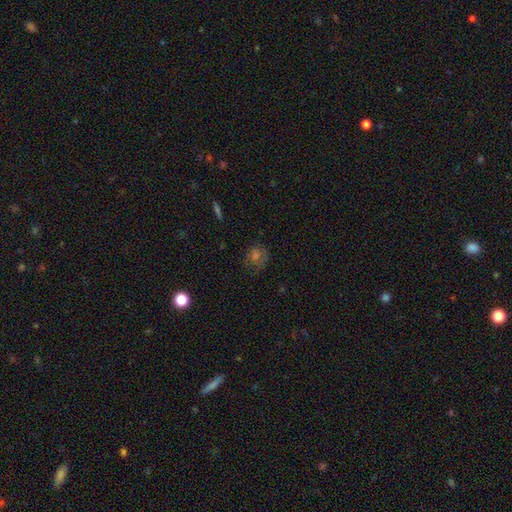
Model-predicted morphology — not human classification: Overall: smooth (51%; star or artifact 25%). How rounded: round (77%). Merging: none (70%).